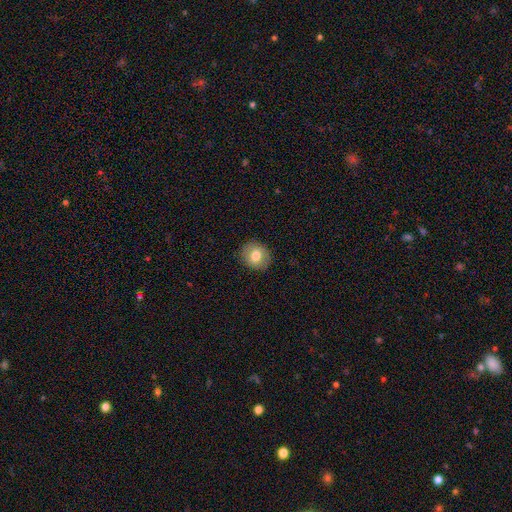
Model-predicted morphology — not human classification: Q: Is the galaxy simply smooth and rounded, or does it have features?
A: smooth — 77%.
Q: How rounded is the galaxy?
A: round — 75%.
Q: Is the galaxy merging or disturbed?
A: none — 89%.